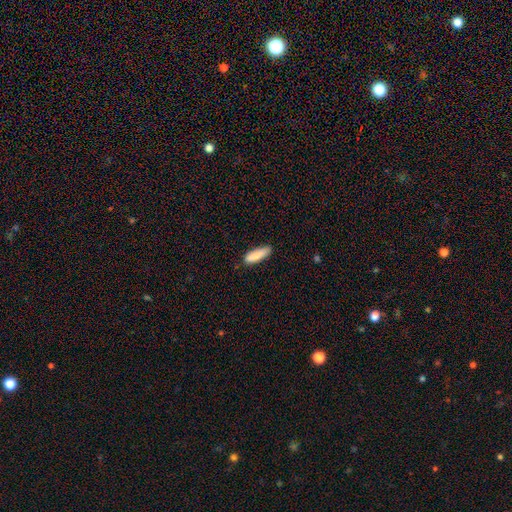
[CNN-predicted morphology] type=smooth (87%); roundness=cigar-shaped (57%); merging=none (80%).